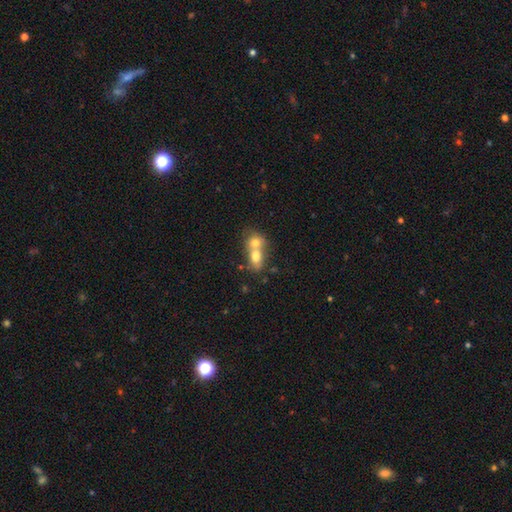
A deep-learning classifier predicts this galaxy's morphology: Q: Smooth or featured?
A: smooth (71%); runner-up: featured or disk (20%)
Q: How rounded?
A: in between (57%); runner-up: round (41%)
Q: Merging?
A: merger (76%); runner-up: none (16%)